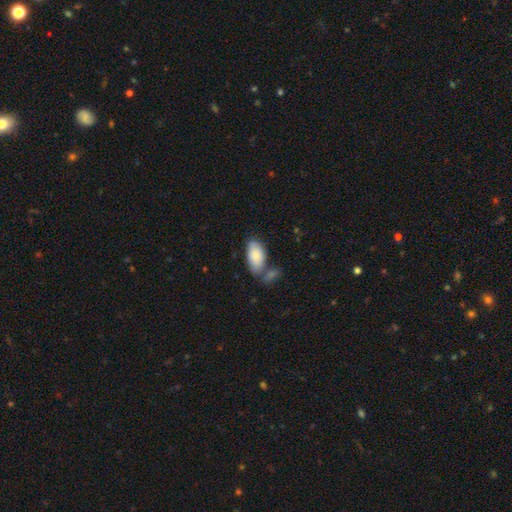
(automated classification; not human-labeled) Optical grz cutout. It shows a smooth galaxy with no disk features (84%) that is in between round and cigar-shaped (94%). Merging: none (54%).